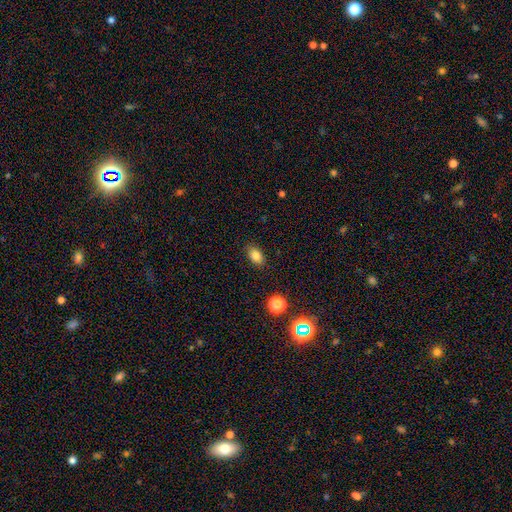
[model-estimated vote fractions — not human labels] Overall: smooth (83%). How rounded: in between (85%). Merging: none (86%).